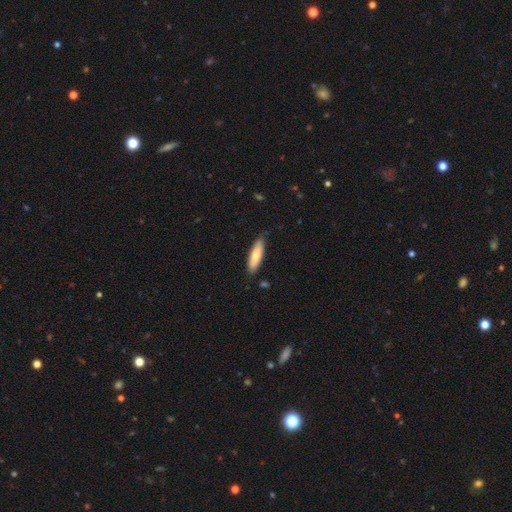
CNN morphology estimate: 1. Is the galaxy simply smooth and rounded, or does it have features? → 78% smooth, 17% featured or disk, 6% star or artifact.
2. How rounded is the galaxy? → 58% cigar-shaped, 40% in between, 2% round.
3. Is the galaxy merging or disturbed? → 80% none, 16% minor disturbance, 2% major disturbance, 1% merger.